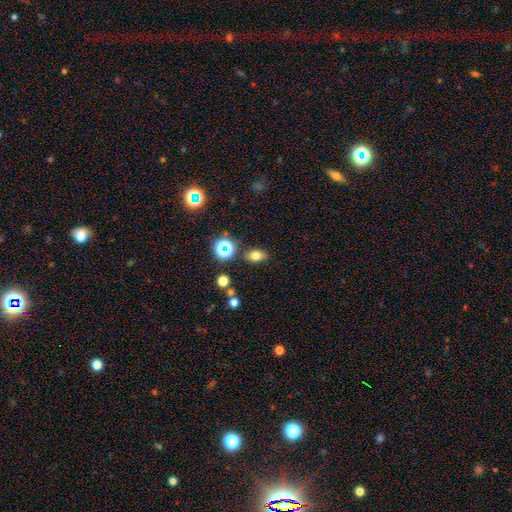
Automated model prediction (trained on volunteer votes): Smooth or featured: smooth — 70% (star or artifact — 17%)
How rounded: in between — 78% (round — 19%)
Merging: none — 82% (minor disturbance — 11%)